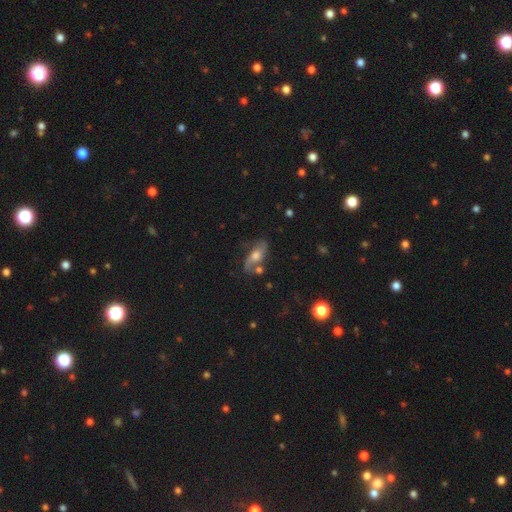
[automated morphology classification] This appears to be a featured or disk galaxy (59%). Merging: none (61%).